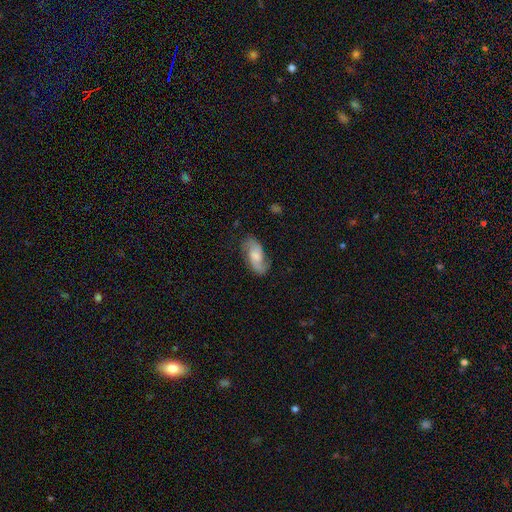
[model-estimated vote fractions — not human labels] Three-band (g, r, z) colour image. It shows a featured or disk galaxy (57%) with no bar (54%), spiral arms (91%) and a moderate central bulge (40%). Merging: none (73%).